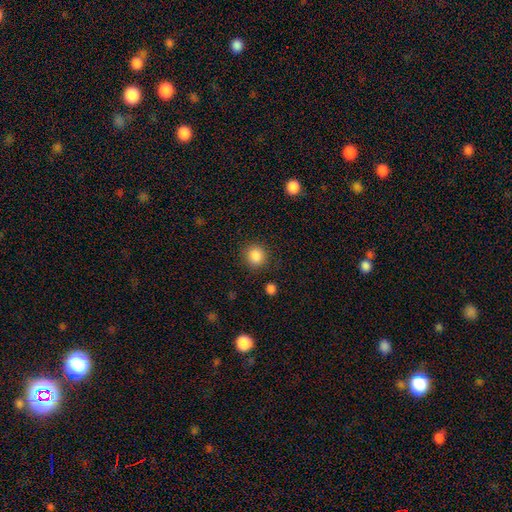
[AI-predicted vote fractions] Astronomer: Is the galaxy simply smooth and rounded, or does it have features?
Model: smooth — 87%.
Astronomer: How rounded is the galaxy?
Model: round — 87%.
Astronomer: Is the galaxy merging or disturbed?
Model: none — 87%.